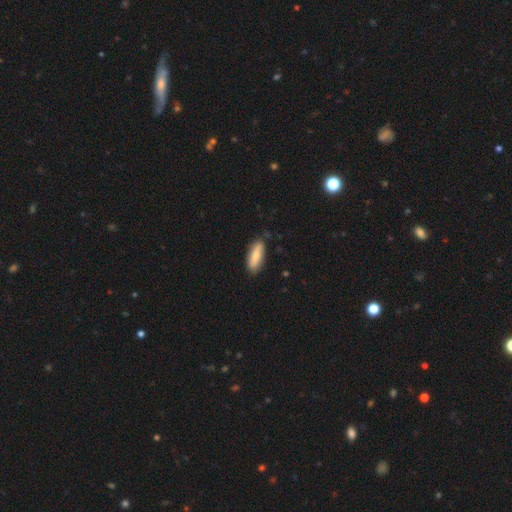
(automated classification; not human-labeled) A smooth galaxy with no disk features (70%) that is in between round and cigar-shaped (61%). Merging: none (81%).